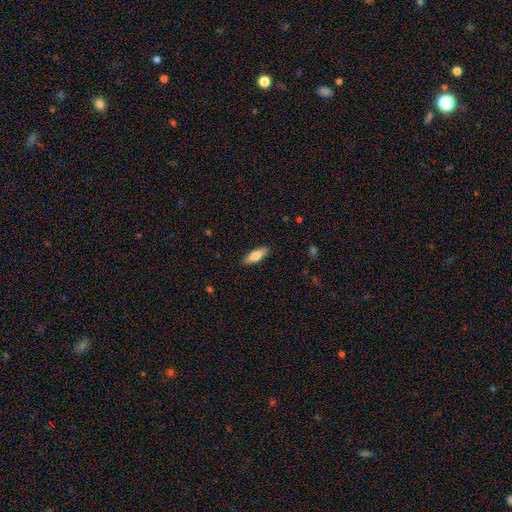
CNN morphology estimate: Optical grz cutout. It shows a smooth galaxy with no disk features (73%) that is in between round and cigar-shaped (66%). Merging: none (89%).